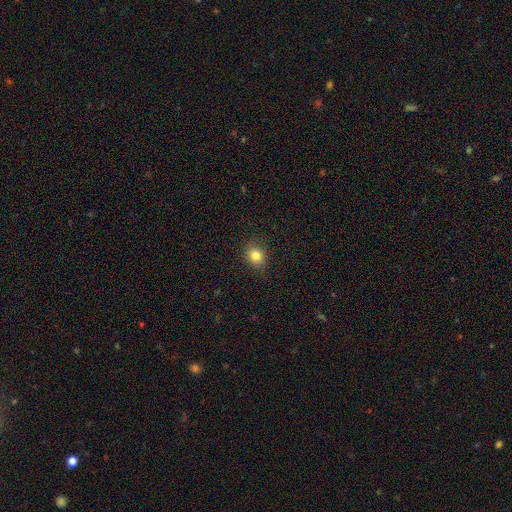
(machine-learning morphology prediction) smooth 83%, star or artifact 12%, featured or disk 6%. Down the decision tree: how rounded — round (69%); merging — none (87%).